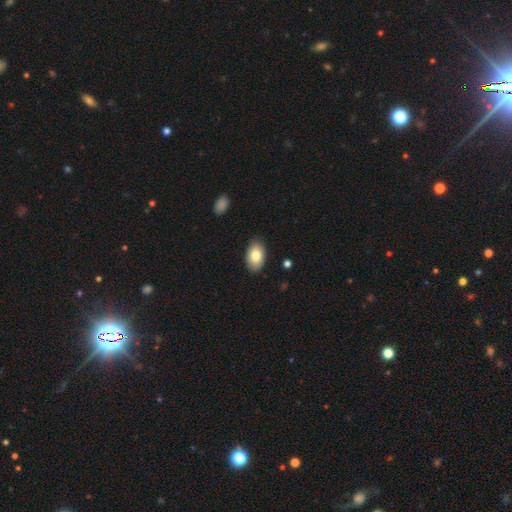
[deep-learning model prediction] smooth_or_featured: smooth (p=0.79) [alt: featured or disk p=0.14]
how_rounded: in between (p=0.92) [alt: round p=0.06]
merging: none (p=0.86) [alt: minor disturbance p=0.11]